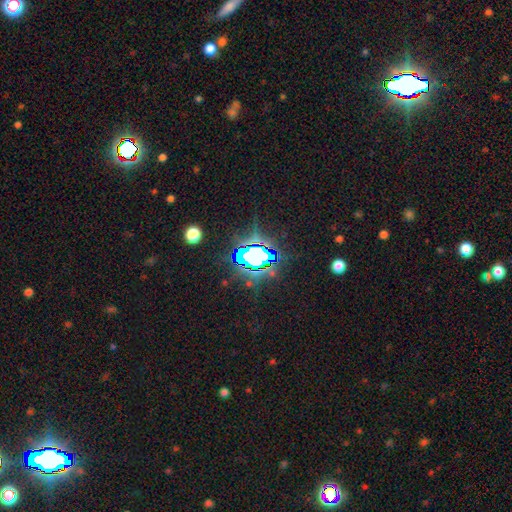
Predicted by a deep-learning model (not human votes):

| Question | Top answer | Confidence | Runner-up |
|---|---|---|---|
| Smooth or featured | star or artifact | 68% | smooth (19%) |